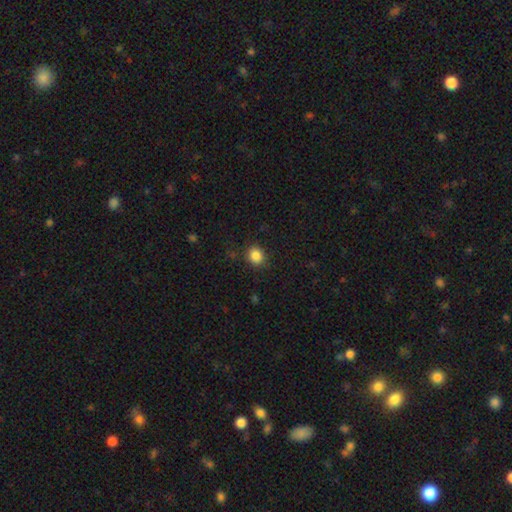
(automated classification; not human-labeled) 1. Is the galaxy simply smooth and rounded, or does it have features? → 86% smooth, 10% star or artifact, 4% featured or disk.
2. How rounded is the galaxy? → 76% round, 23% in between, 1% cigar-shaped.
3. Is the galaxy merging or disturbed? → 87% none, 9% minor disturbance, 3% major disturbance, 1% merger.